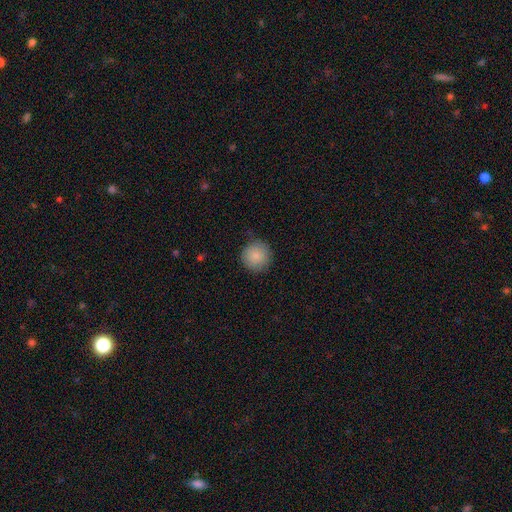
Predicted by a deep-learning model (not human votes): Smooth or featured? Predicted: smooth (p=0.86). How rounded? Predicted: round (p=0.95). Merging? Predicted: none (p=0.83).